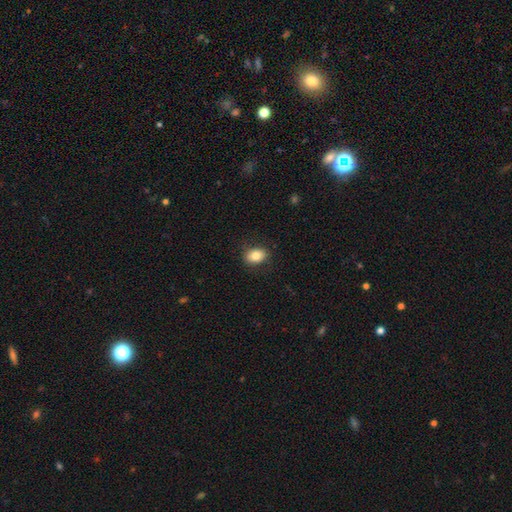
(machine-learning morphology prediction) This appears to be a smooth galaxy with no disk features (82%) that is in between round and cigar-shaped (72%). Merging: none (85%).